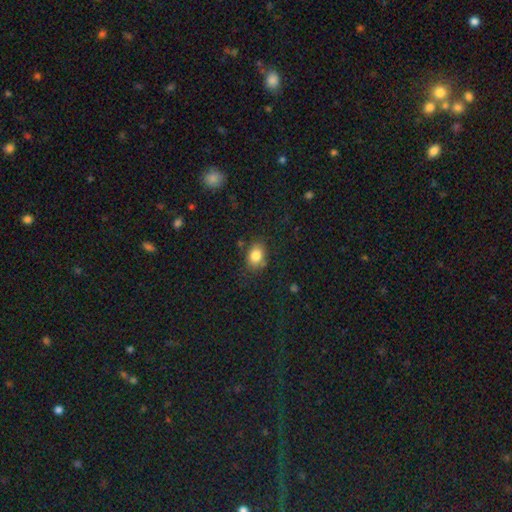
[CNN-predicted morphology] Smooth or featured? smooth (83%)
How rounded? in between (67%)
Merging? none (75%)